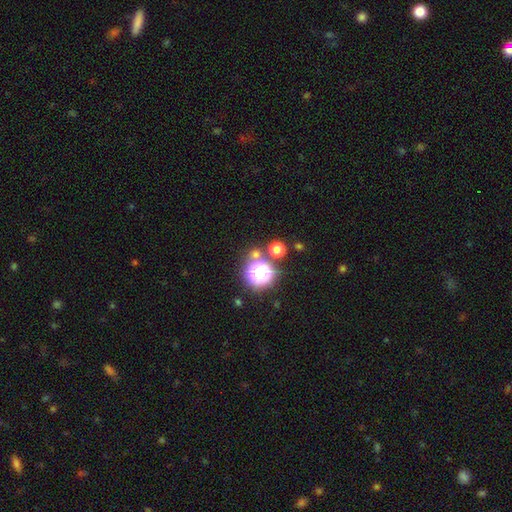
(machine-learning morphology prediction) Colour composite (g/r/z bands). It shows a smooth galaxy with no disk features (49%). Merging: none (69%).